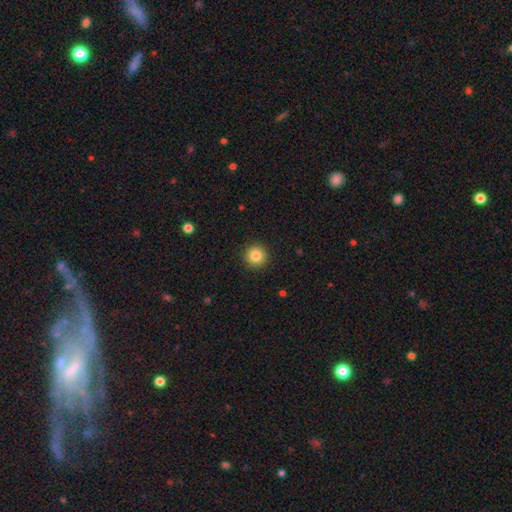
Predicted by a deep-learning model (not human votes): This appears to be a smooth galaxy with no disk features (84%) that is round (95%). Merging: none (92%).